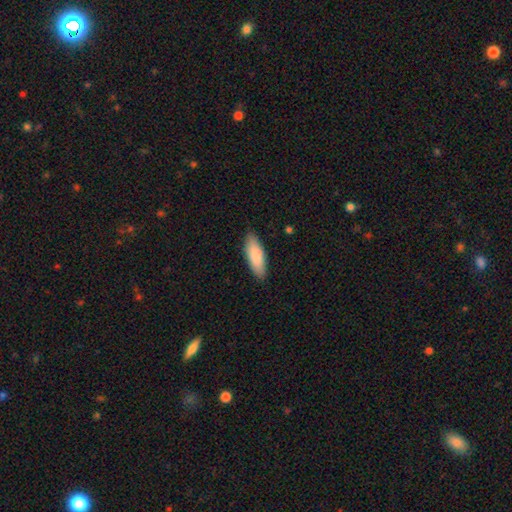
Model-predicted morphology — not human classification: Q: Smooth or featured?
A: smooth (87%); runner-up: featured or disk (8%)
Q: How rounded?
A: in between (59%); runner-up: cigar-shaped (40%)
Q: Merging?
A: none (87%); runner-up: minor disturbance (10%)